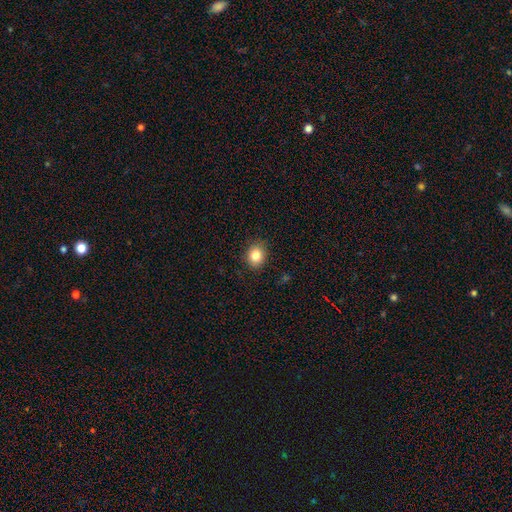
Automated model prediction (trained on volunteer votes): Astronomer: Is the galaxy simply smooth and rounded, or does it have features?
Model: smooth — 84%.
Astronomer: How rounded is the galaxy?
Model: round — 64%.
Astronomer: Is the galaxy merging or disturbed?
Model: none — 88%.